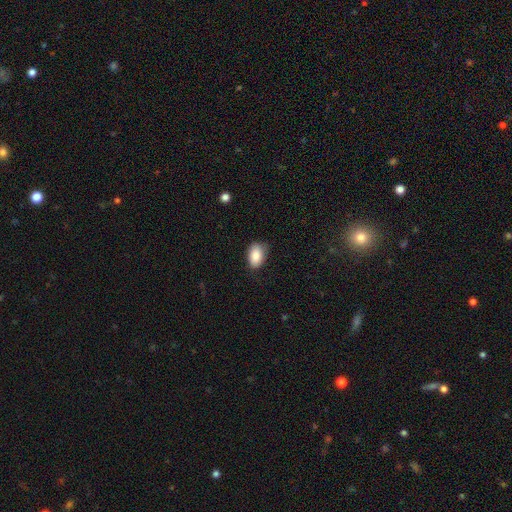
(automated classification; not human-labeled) smooth_or_featured: smooth (p=0.88) [alt: star or artifact p=0.07]
how_rounded: in between (p=0.90) [alt: round p=0.09]
merging: none (p=0.74) [alt: minor disturbance p=0.21]